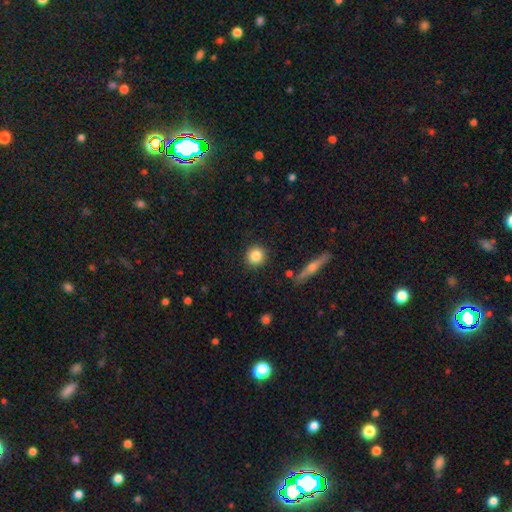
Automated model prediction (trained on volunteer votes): This appears to be a smooth galaxy with no disk features (84%) that is round (92%). Merging: none (90%).